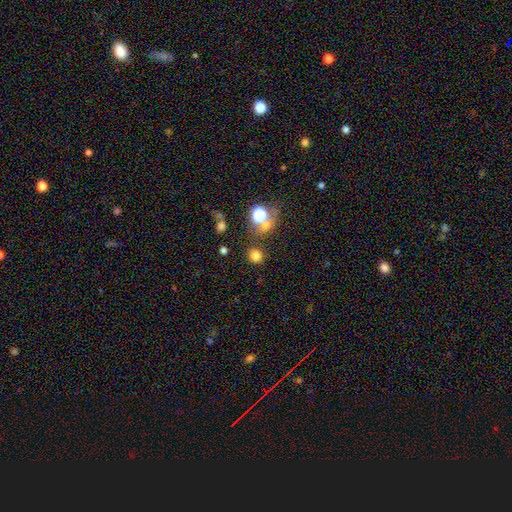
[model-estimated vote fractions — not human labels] Smooth or featured? Predicted: smooth (p=0.76). How rounded? Predicted: round (p=0.85). Merging? Predicted: none (p=0.79).